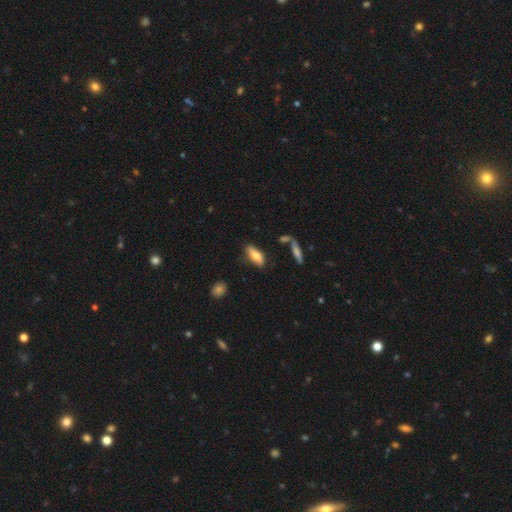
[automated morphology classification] Smooth or featured?
  - smooth: 70% *
  - featured or disk: 23%
  - star or artifact: 7%
How rounded?
  - in between: 70% *
  - cigar-shaped: 27%
  - round: 2%
Merging?
  - none: 76% *
  - minor disturbance: 17%
  - merger: 4%
  - major disturbance: 4%